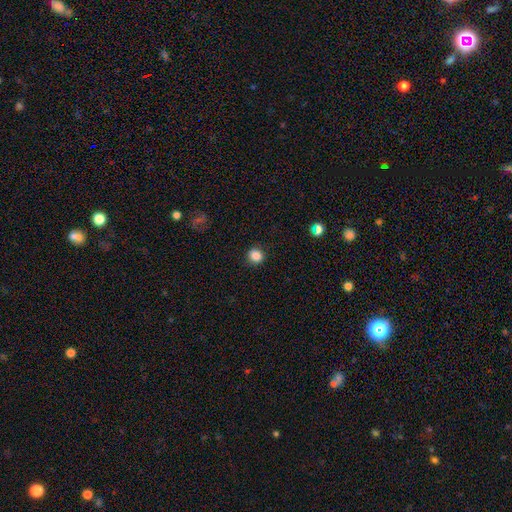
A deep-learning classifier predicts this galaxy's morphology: smooth_or_featured: smooth (p=0.86) [alt: star or artifact p=0.11]
how_rounded: round (p=0.80) [alt: in between p=0.19]
merging: none (p=0.89) [alt: minor disturbance p=0.08]